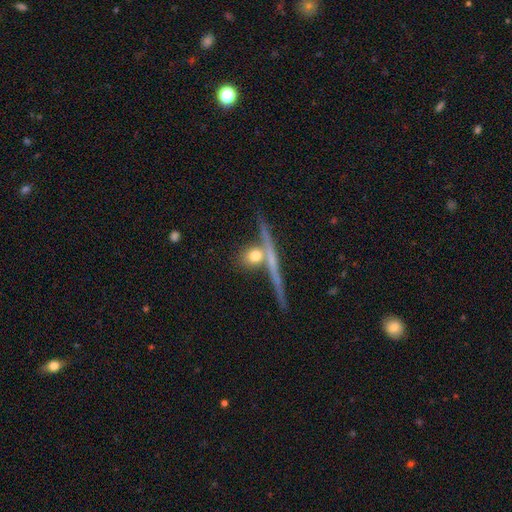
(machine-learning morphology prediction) smooth_or_featured: smooth (p=0.61) [alt: featured or disk p=0.28]
how_rounded: round (p=0.70) [alt: cigar-shaped p=0.15]
merging: none (p=0.60) [alt: merger p=0.21]